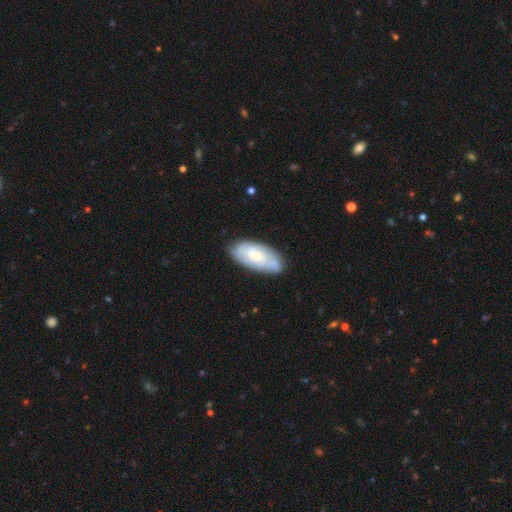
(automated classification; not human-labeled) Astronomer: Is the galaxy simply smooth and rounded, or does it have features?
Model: smooth — 51% (runner-up: featured or disk, 43%).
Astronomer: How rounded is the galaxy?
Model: in between — 89%.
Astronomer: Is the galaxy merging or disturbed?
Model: none — 70%.